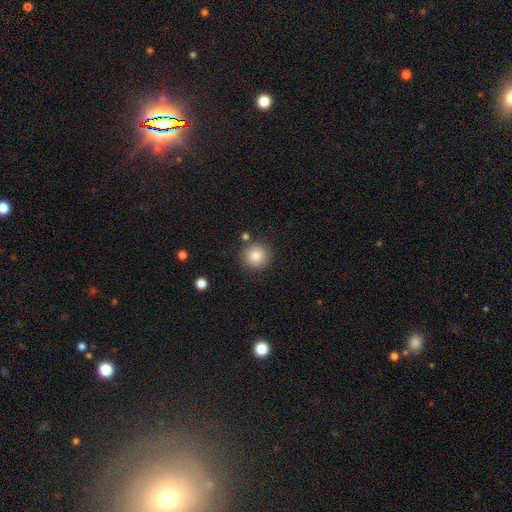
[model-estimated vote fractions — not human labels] smooth_or_featured: smooth (p=0.85) [alt: star or artifact p=0.09]
how_rounded: round (p=0.94) [alt: in between p=0.05]
merging: none (p=0.86) [alt: minor disturbance p=0.08]